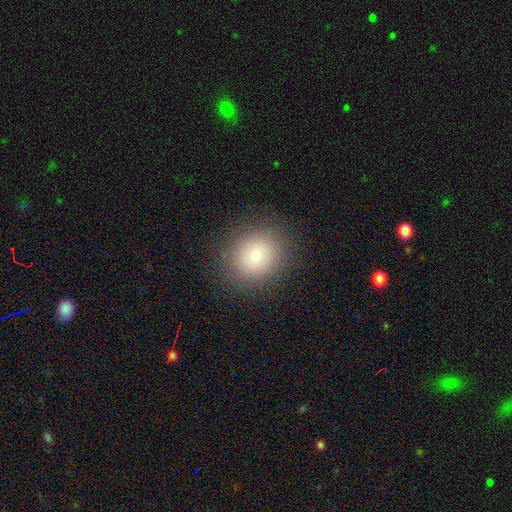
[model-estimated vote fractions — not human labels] Smooth or featured? smooth (80%)
How rounded? round (76%)
Merging? none (87%)